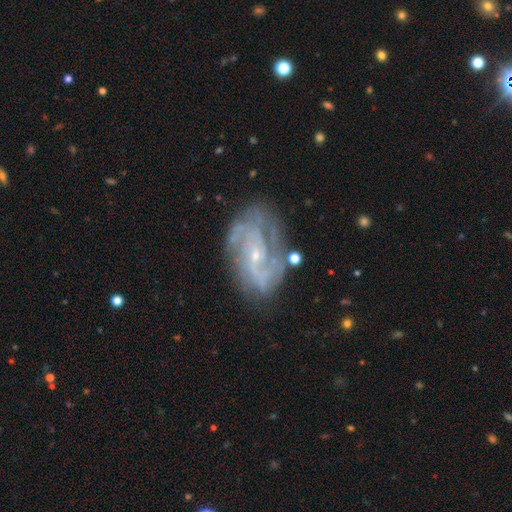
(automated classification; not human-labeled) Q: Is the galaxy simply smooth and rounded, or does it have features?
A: featured or disk — 84%.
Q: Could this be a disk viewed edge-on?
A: no — 96%.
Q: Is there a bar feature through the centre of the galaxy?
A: no — 59%.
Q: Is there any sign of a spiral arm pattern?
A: yes — 94%.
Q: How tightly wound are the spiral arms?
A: tight — 44%.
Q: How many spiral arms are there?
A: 2 — 34%.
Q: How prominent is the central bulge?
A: small — 79%.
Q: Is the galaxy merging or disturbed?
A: none — 70%.